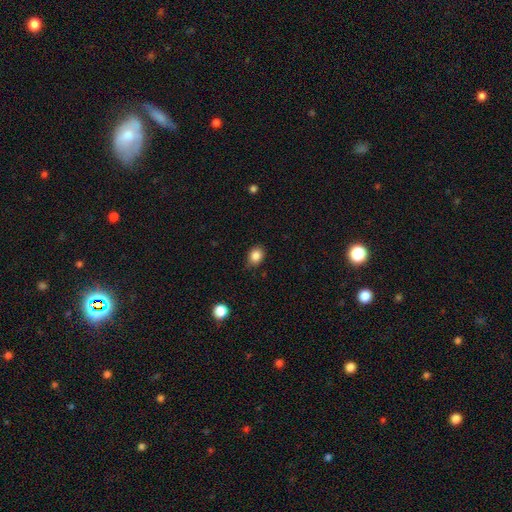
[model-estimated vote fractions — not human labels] Smooth or featured: smooth — 85% (star or artifact — 10%)
How rounded: round — 54% (in between — 45%)
Merging: none — 76% (minor disturbance — 19%)